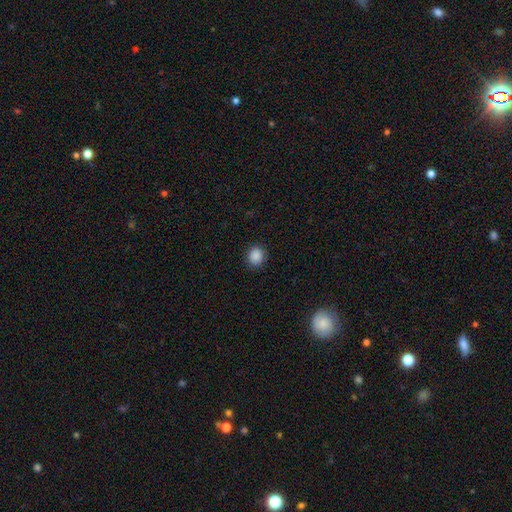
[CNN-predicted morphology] A smooth galaxy with no disk features (88%) that is round (86%).

Vote fractions:
- Smooth or featured? smooth: 88% / star or artifact: 10% / featured or disk: 2%
- How rounded? round: 86% / in between: 13% / cigar-shaped: 1%
- Merging? none: 90% / minor disturbance: 7% / major disturbance: 2% / merger: 1%